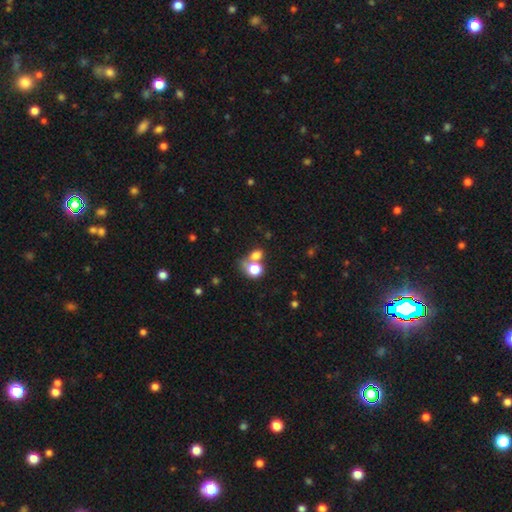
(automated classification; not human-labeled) A smooth galaxy with no disk features (73%) that is round (52%). Merging: merger (49%).